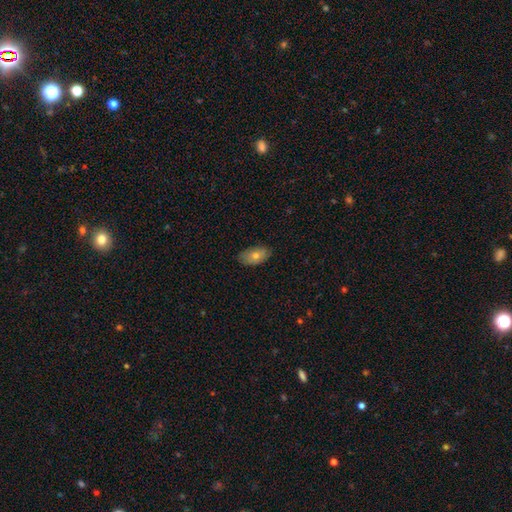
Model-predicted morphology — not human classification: smooth-or-featured: smooth: 69% | featured or disk: 23% | star or artifact: 8%
  how-rounded: in between: 92% | round: 5% | cigar-shaped: 4%
  merging: none: 83% | minor disturbance: 14% | major disturbance: 2% | merger: 1%